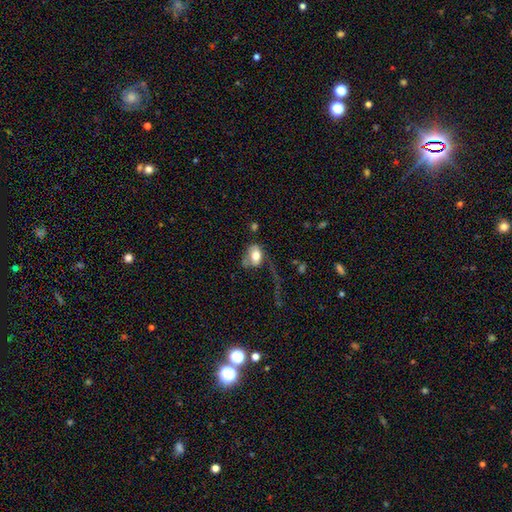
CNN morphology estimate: This is likely a smooth galaxy (69%). How rounded: likely in between (76%). Merging: marginally major disturbance (44%).